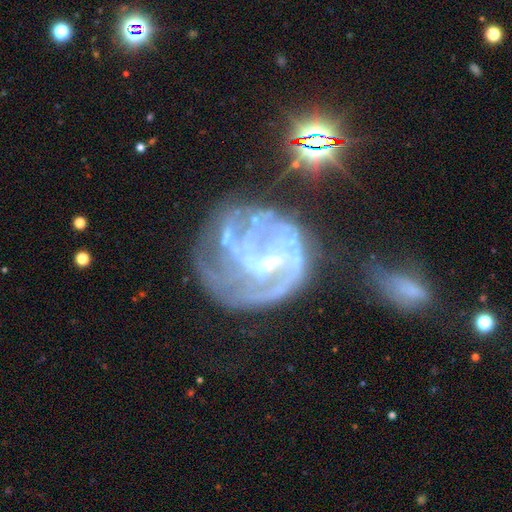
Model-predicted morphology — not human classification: Smooth or featured?
  - featured or disk: 77% *
  - star or artifact: 13%
  - smooth: 10%
Edge-on disk?
  - no: 98% *
  - yes: 2%
Bar?
  - no: 45% *
  - weak: 40%
  - strong: 16%
Spiral arms?
  - yes: 73% *
  - no: 27%
Spiral winding?
  - tight: 41% *
  - medium: 37%
  - loose: 22%
Spiral arm count?
  - can't tell: 42% *
  - 2: 19%
  - 3: 17%
  - 1: 9%
  - 4: 8%
  - more than 4: 6%
Bulge size?
  - small: 46% *
  - none: 31%
  - moderate: 20%
  - large: 2%
  - dominant: 1%
Merging?
  - none: 37% *
  - major disturbance: 34%
  - minor disturbance: 19%
  - merger: 10%